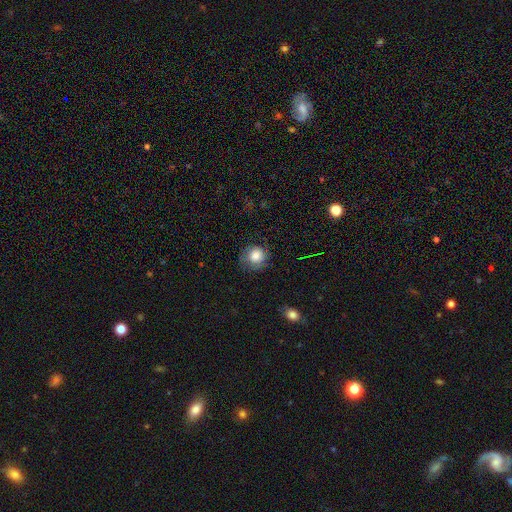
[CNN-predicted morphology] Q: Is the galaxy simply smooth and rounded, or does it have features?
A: smooth — 78%.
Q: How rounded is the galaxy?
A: round — 88%.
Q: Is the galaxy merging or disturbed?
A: none — 72%.